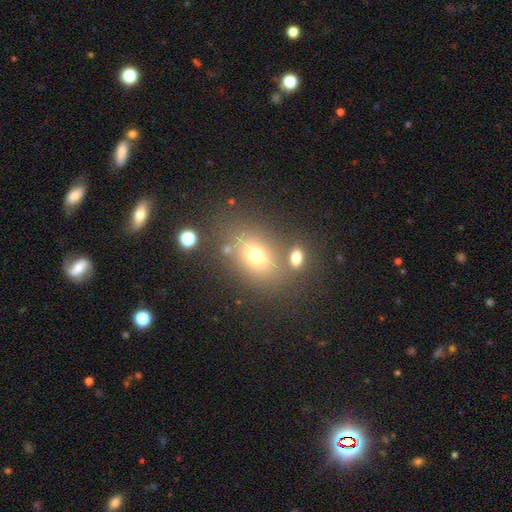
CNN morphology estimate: smooth 67%, featured or disk 17%, star or artifact 16%. Down the decision tree: how rounded — in between (67%); merging — none (64%).